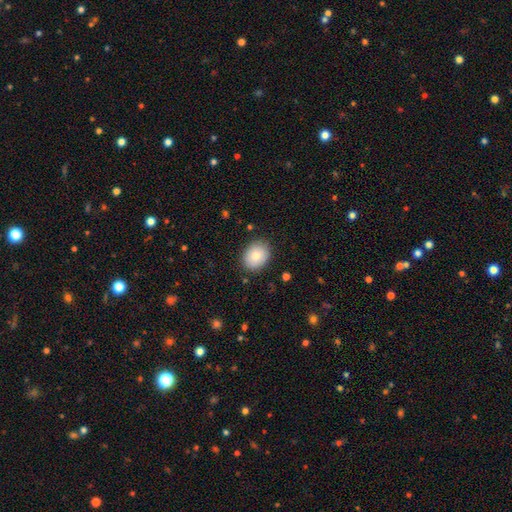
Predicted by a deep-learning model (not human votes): Overall: smooth (79%). How rounded: in between (55%; round 44%). Merging: none (86%).